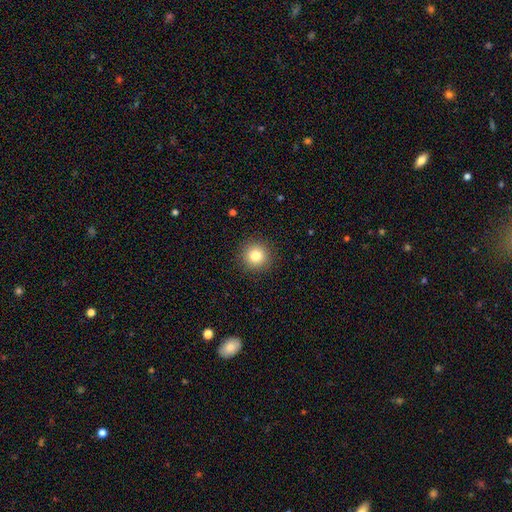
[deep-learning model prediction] Smooth or featured? smooth (81%)
How rounded? round (95%)
Merging? none (92%)